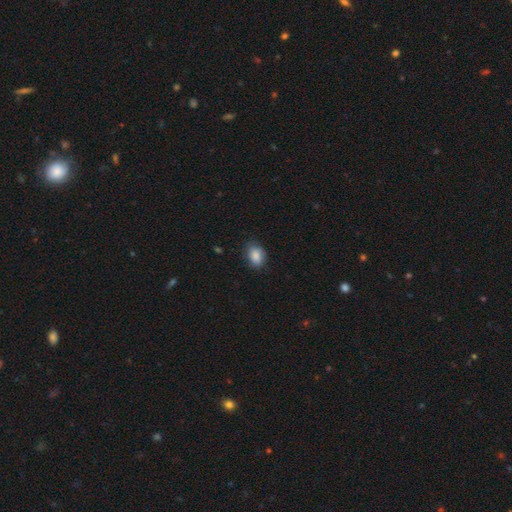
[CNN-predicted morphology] A smooth galaxy with no disk features (84%) that is in between round and cigar-shaped (80%).

Vote fractions:
- Smooth or featured? smooth: 84% / featured or disk: 9% / star or artifact: 7%
- How rounded? in between: 80% / round: 18% / cigar-shaped: 1%
- Merging? none: 74% / minor disturbance: 21% / major disturbance: 4% / merger: 1%